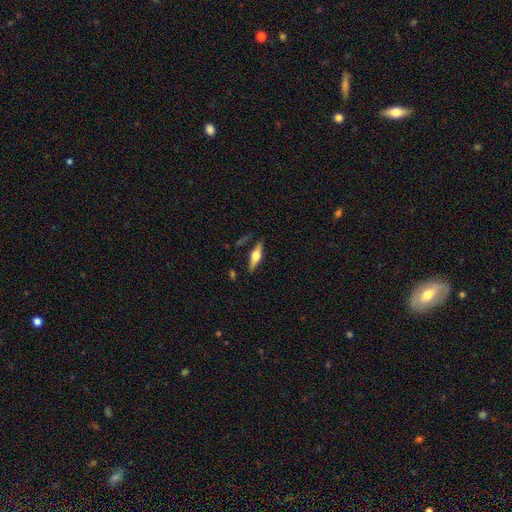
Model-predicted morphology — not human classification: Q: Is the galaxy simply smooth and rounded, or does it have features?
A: featured or disk — 62%.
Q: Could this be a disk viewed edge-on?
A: yes — 95%.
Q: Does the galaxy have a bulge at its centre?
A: rounded — 94%.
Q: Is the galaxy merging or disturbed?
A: none — 85%.